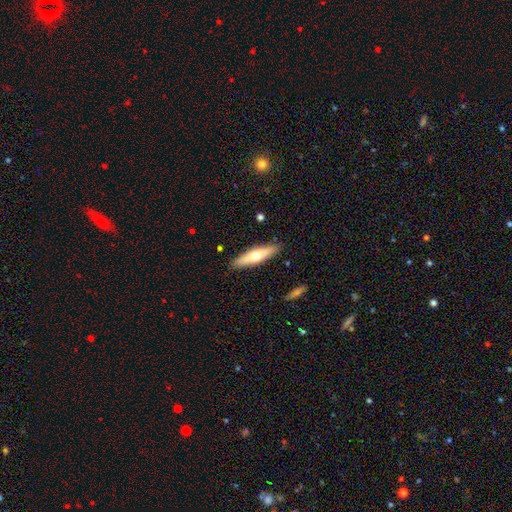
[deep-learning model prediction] Smooth or featured?
  - smooth: 54% *
  - featured or disk: 40%
  - star or artifact: 6%
How rounded?
  - cigar-shaped: 68% *
  - in between: 31%
  - round: 2%
Merging?
  - none: 88% *
  - minor disturbance: 9%
  - major disturbance: 2%
  - merger: 1%